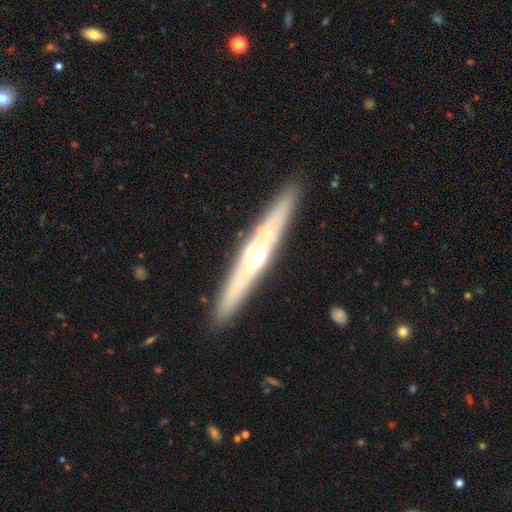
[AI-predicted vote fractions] The model was most divided on "smooth or featured": featured or disk: 70%, smooth: 24%, star or artifact: 6%. More confident: edge-on disk — yes (93%); merging — none (89%); edge-on bulge — rounded (84%).